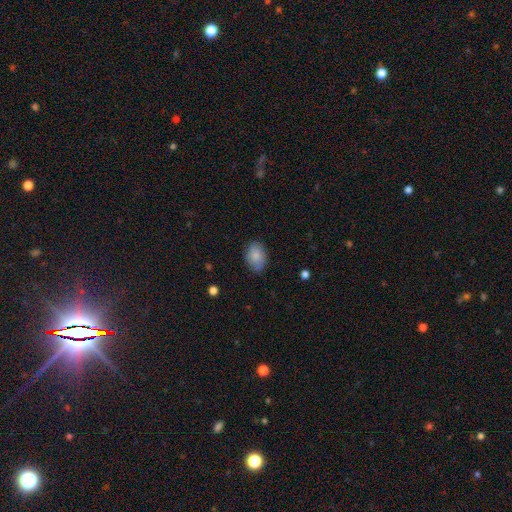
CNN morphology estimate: Smooth or featured: smooth — 84% (featured or disk — 10%)
How rounded: in between — 81% (round — 17%)
Merging: none — 79% (minor disturbance — 16%)